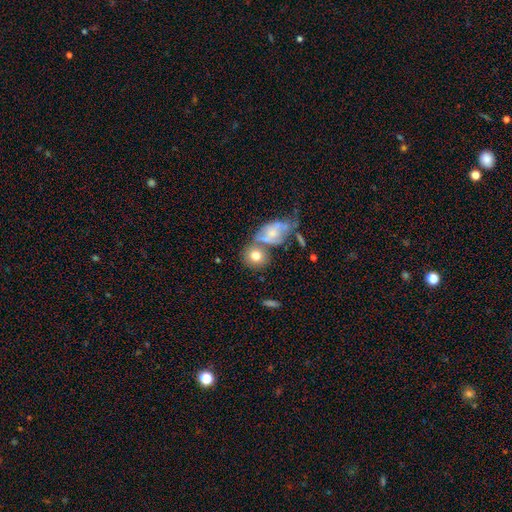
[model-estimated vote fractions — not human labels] Smooth or featured: smooth — 72% (featured or disk — 19%)
How rounded: round — 67% (in between — 31%)
Merging: none — 44% (merger — 35%)